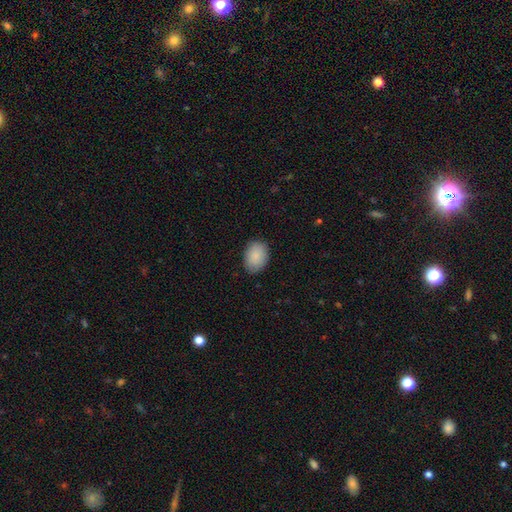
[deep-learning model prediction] smooth-or-featured: smooth: 89% | star or artifact: 7% | featured or disk: 5%
  how-rounded: in between: 77% | round: 22% | cigar-shaped: 1%
  merging: none: 84% | minor disturbance: 12% | major disturbance: 2% | merger: 1%